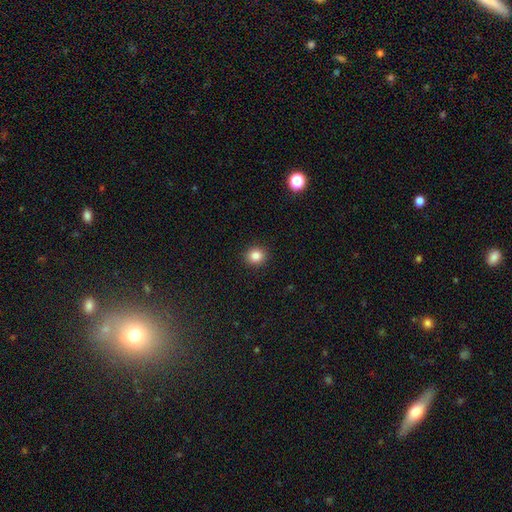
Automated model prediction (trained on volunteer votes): Q: Smooth or featured?
A: smooth (85%); runner-up: star or artifact (11%)
Q: How rounded?
A: round (83%); runner-up: in between (16%)
Q: Merging?
A: none (92%); runner-up: minor disturbance (5%)